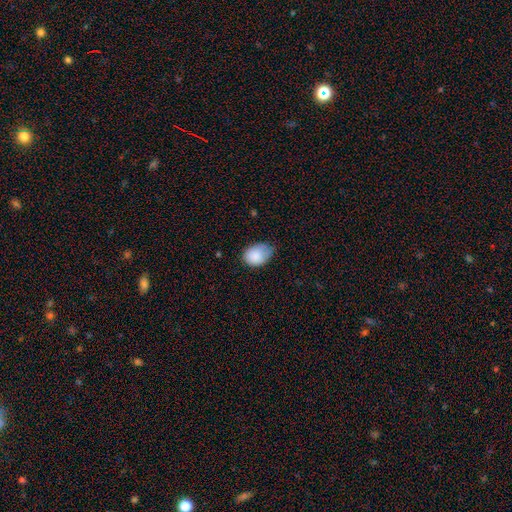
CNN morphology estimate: The model was most divided on "merging": none: 45%, minor disturbance: 44%, major disturbance: 9%, merger: 2%. More confident: smooth or featured — smooth (87%); how rounded — in between (75%).